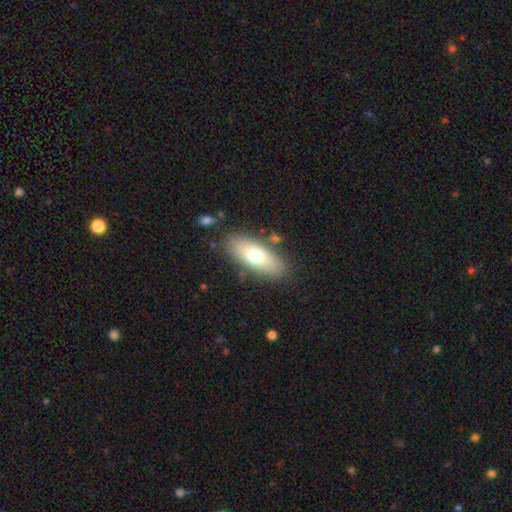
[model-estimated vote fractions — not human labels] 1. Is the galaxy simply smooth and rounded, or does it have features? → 68% smooth, 25% featured or disk, 7% star or artifact.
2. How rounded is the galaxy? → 79% in between, 18% cigar-shaped, 3% round.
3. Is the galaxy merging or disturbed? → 83% none, 11% minor disturbance, 3% major disturbance, 3% merger.